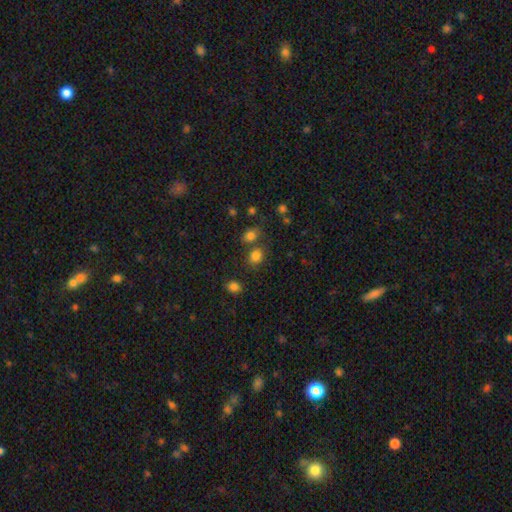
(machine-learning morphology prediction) smooth 79%, star or artifact 14%, featured or disk 6%. Down the decision tree: how rounded — round (60%); merging — none (65%).